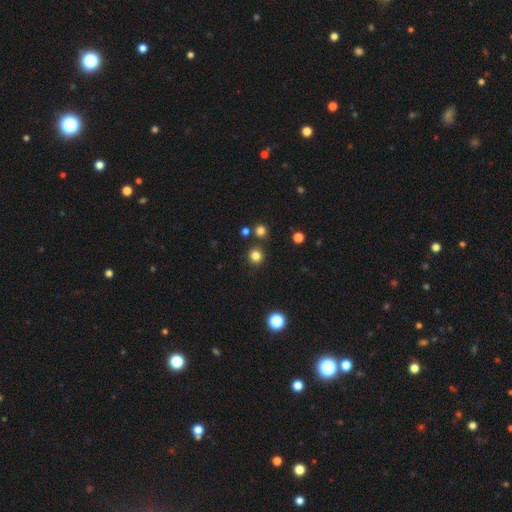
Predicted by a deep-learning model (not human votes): Q: Smooth or featured?
A: smooth (81%); runner-up: star or artifact (14%)
Q: How rounded?
A: round (92%); runner-up: in between (7%)
Q: Merging?
A: none (87%); runner-up: minor disturbance (6%)